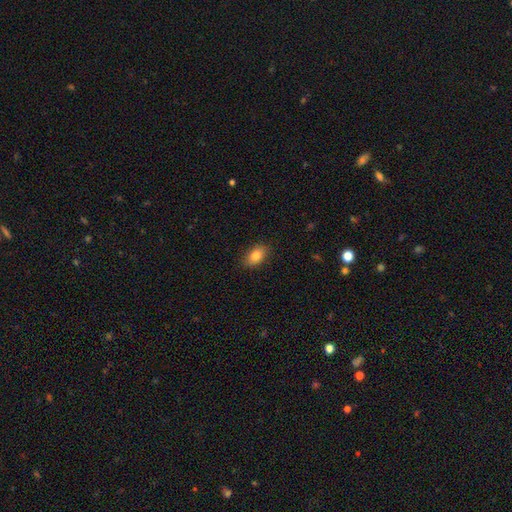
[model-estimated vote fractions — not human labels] The model was most divided on "smooth or featured": smooth: 82%, featured or disk: 10%, star or artifact: 8%. More confident: how rounded — in between (88%); merging — none (87%).